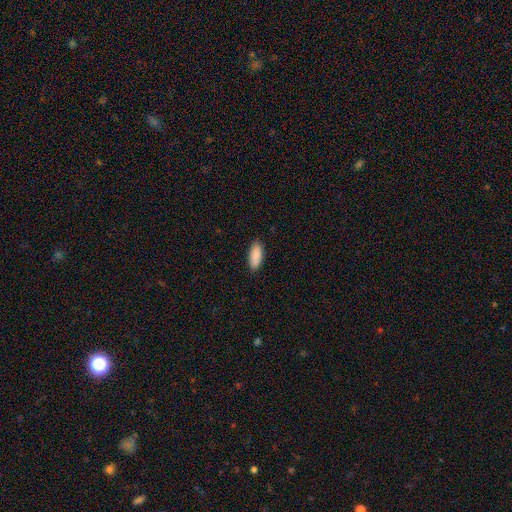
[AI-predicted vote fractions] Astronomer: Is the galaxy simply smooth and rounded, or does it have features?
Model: smooth — 90%.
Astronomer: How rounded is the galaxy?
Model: in between — 80%.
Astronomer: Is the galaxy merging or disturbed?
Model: none — 90%.